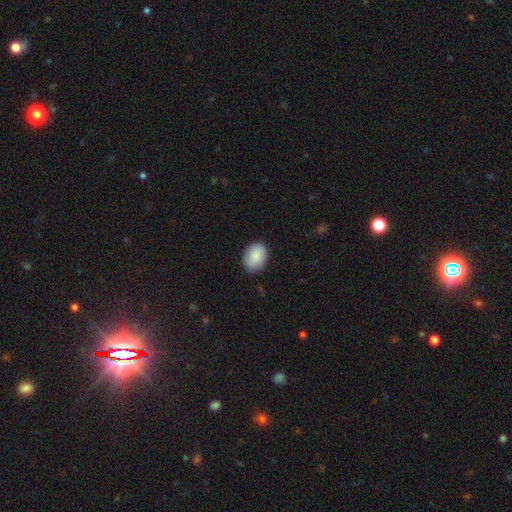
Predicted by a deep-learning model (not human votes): Smooth or featured?
  - smooth: 88% *
  - star or artifact: 6%
  - featured or disk: 6%
How rounded?
  - in between: 70% *
  - round: 29%
  - cigar-shaped: 1%
Merging?
  - none: 82% *
  - minor disturbance: 14%
  - major disturbance: 3%
  - merger: 1%